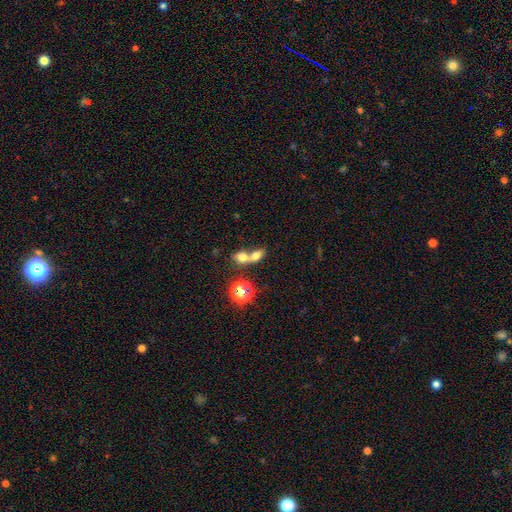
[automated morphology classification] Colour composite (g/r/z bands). It shows a smooth galaxy with no disk features (66%) that is in between round and cigar-shaped (66%). Merging: merger (69%).